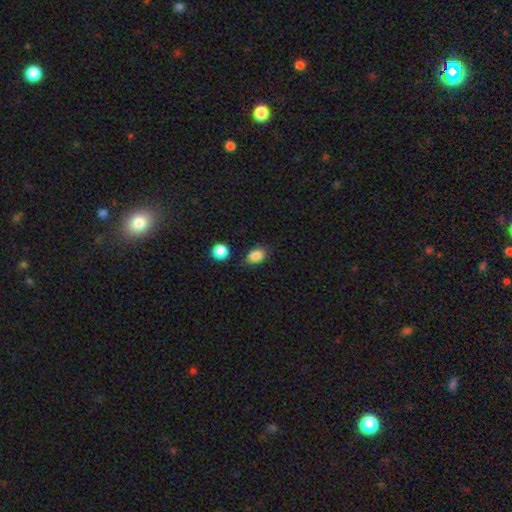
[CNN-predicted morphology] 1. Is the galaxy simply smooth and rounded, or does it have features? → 86% smooth, 10% star or artifact, 4% featured or disk.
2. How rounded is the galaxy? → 76% in between, 23% round, 1% cigar-shaped.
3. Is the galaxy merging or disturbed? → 74% none, 17% minor disturbance, 5% merger, 4% major disturbance.